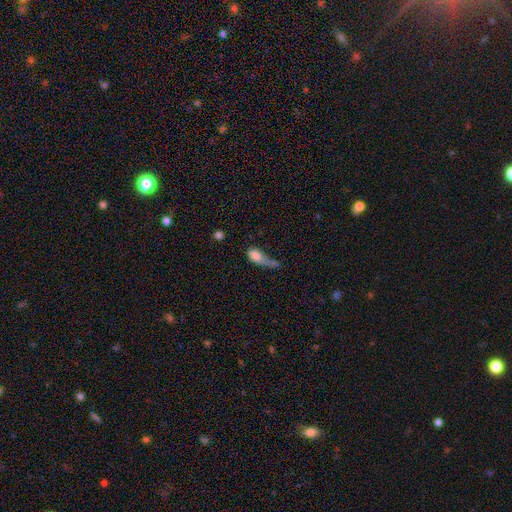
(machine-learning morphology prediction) smooth 74%, featured or disk 17%, star or artifact 9%. Down the decision tree: how rounded — in between (78%); merging — major disturbance (35%).